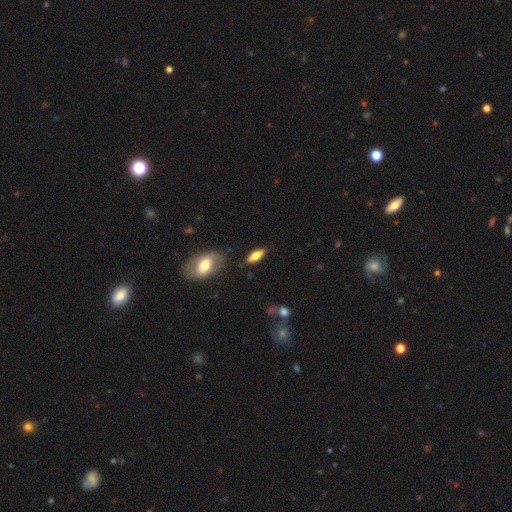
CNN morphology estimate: smooth 66%, featured or disk 27%, star or artifact 7%. Down the decision tree: how rounded — in between (64%); merging — none (82%).